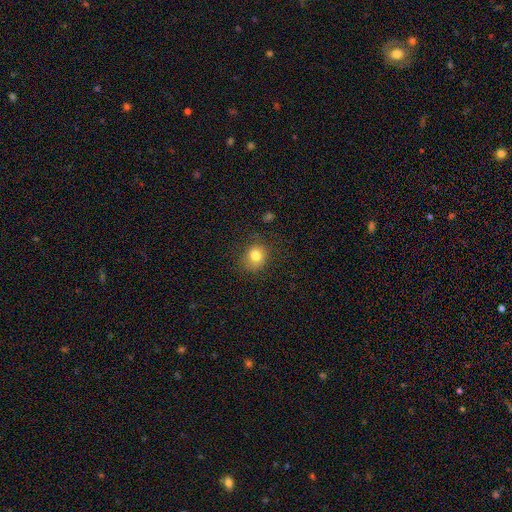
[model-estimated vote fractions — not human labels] This appears to be a smooth galaxy with no disk features (80%) that is round (76%). Merging: none (78%).